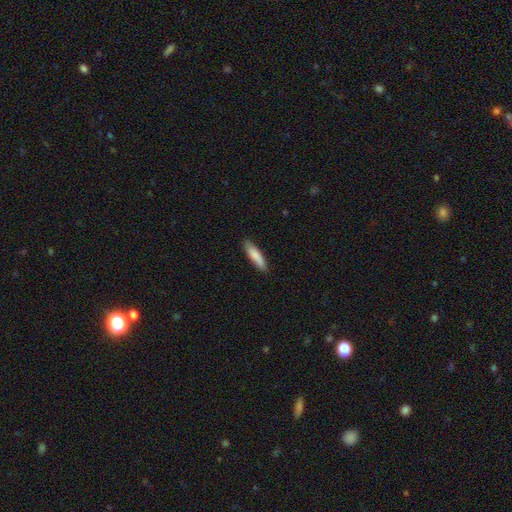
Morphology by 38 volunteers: smooth 92%, star or artifact 5%, featured or disk 3%. Down the decision tree: how rounded — cigar-shaped (91%); merging — none (92%).